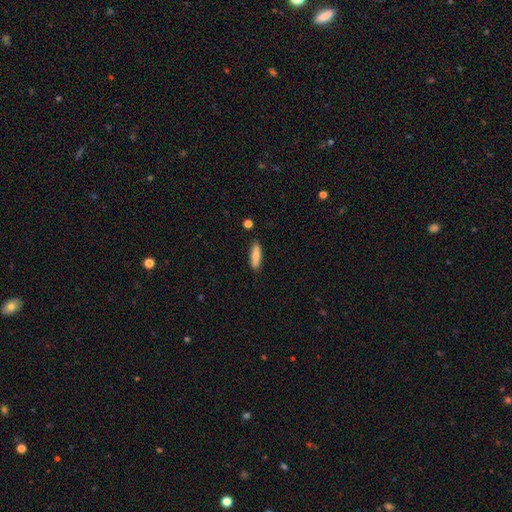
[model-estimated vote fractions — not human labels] Smooth or featured?
  - smooth: 78% *
  - featured or disk: 16%
  - star or artifact: 6%
How rounded?
  - cigar-shaped: 65% *
  - in between: 34%
  - round: 2%
Merging?
  - none: 88% *
  - minor disturbance: 9%
  - merger: 2%
  - major disturbance: 2%